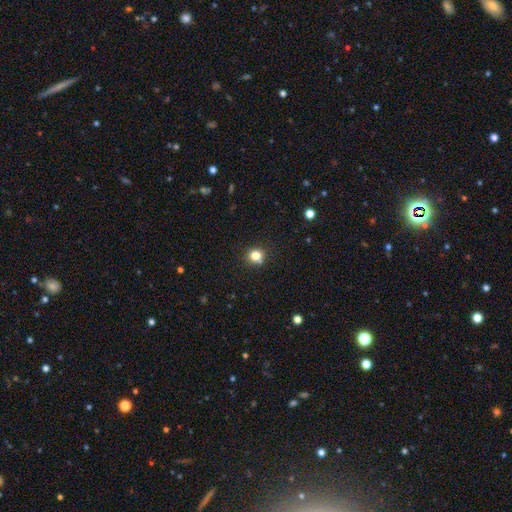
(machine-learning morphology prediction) The model was most divided on "smooth or featured": smooth: 79%, star or artifact: 15%, featured or disk: 6%. More confident: how rounded — round (86%); merging — none (81%).